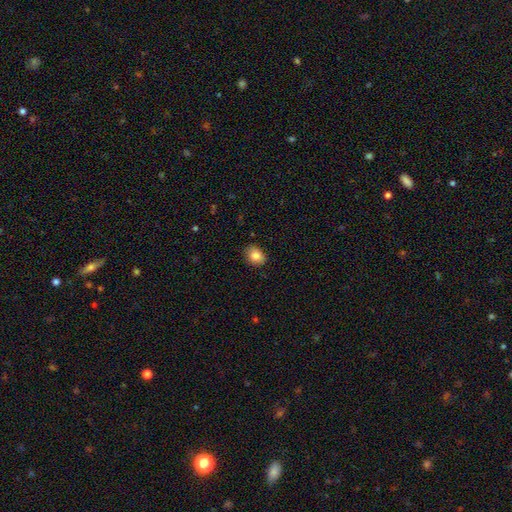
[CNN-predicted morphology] Q: Smooth or featured?
A: smooth (85%); runner-up: star or artifact (9%)
Q: How rounded?
A: in between (62%); runner-up: round (37%)
Q: Merging?
A: none (81%); runner-up: minor disturbance (15%)